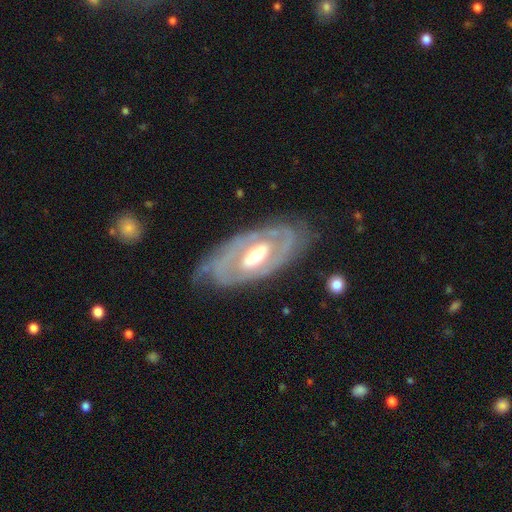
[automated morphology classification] Smooth or featured: featured or disk — 80% (smooth — 16%)
Edge-on disk: no — 91% (yes — 9%)
Bar: no — 45% (weak — 34%)
Spiral arms: yes — 66% (no — 34%)
Bulge size: moderate — 63% (small — 23%)
Merging: none — 66% (minor disturbance — 21%)